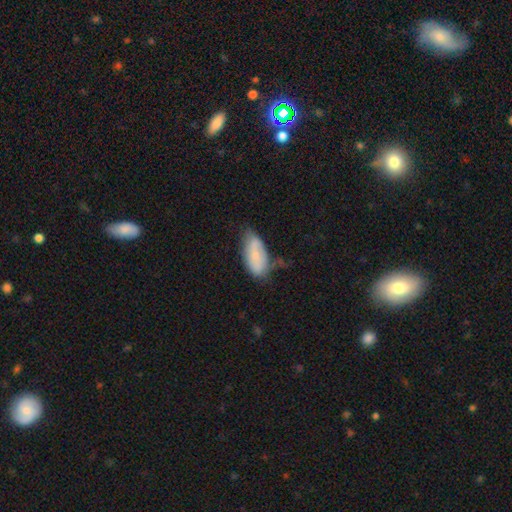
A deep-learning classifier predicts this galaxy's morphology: Overall: smooth (69%). How rounded: in between (90%). Merging: none (50%; minor disturbance 35%).